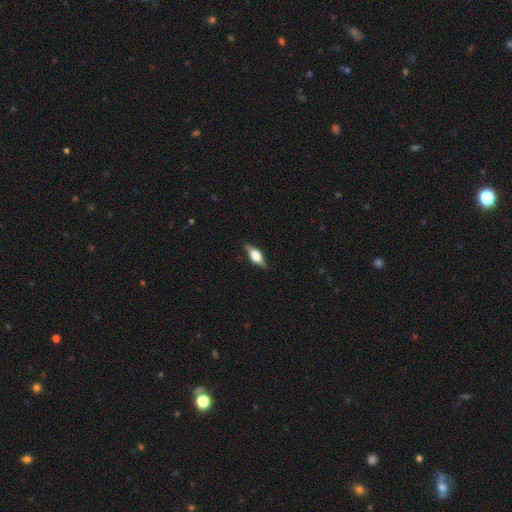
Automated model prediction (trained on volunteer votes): smooth-or-featured: featured or disk: 55% | smooth: 38% | star or artifact: 7%
  disk-edge-on: yes: 92% | no: 8%
    edge-on-bulge: rounded: 89% | boxy: 9% | none: 2%
  merging: none: 83% | minor disturbance: 13% | major disturbance: 3% | merger: 1%